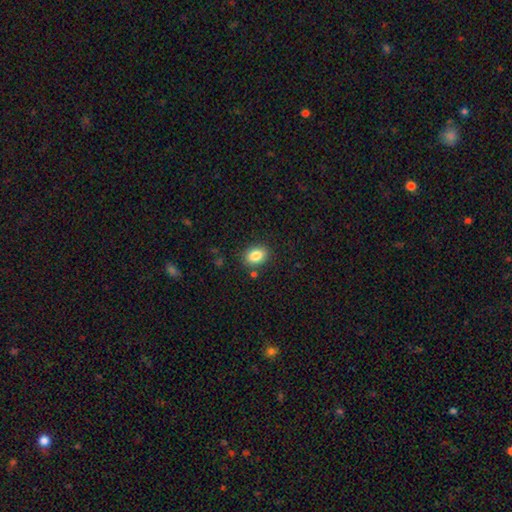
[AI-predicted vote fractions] This appears to be a smooth galaxy with no disk features (84%) that is in between round and cigar-shaped (61%). Merging: none (85%).